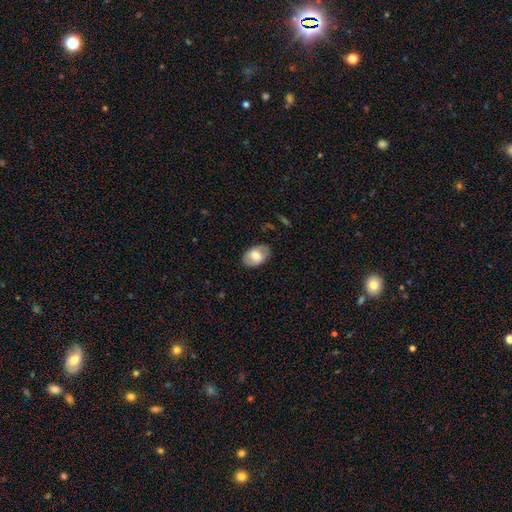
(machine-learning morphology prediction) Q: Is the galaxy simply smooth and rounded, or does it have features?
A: smooth — 68%.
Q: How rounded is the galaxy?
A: in between — 87%.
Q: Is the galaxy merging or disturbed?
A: none — 84%.